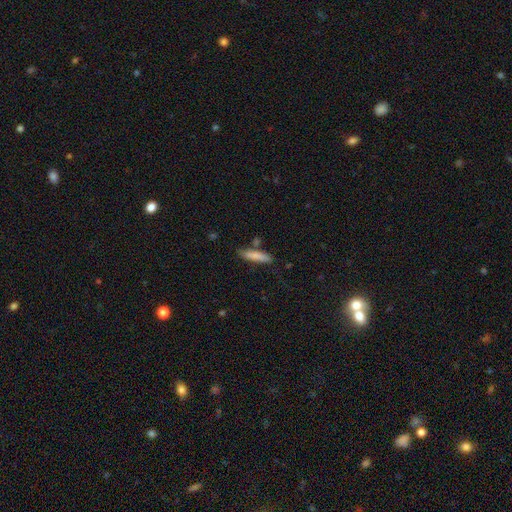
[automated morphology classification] A smooth galaxy with no disk features (80%) that is cigar-shaped (78%). Merging: none (74%).